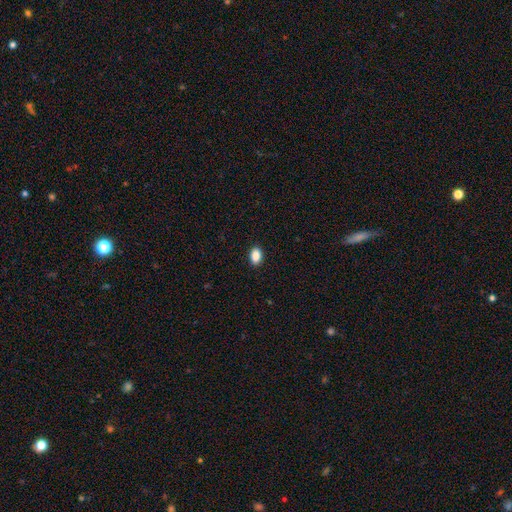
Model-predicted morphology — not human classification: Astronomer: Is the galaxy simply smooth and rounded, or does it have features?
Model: smooth — 89%.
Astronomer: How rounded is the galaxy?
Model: in between — 86%.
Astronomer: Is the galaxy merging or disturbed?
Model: none — 90%.